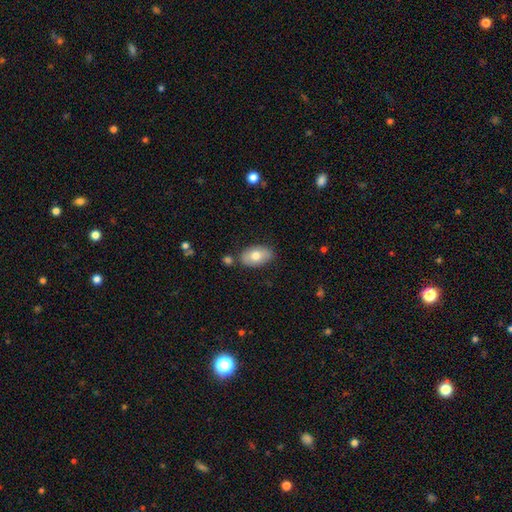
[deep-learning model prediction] Q: Smooth or featured?
A: smooth (73%); runner-up: featured or disk (21%)
Q: How rounded?
A: in between (92%); runner-up: round (6%)
Q: Merging?
A: none (79%); runner-up: minor disturbance (13%)